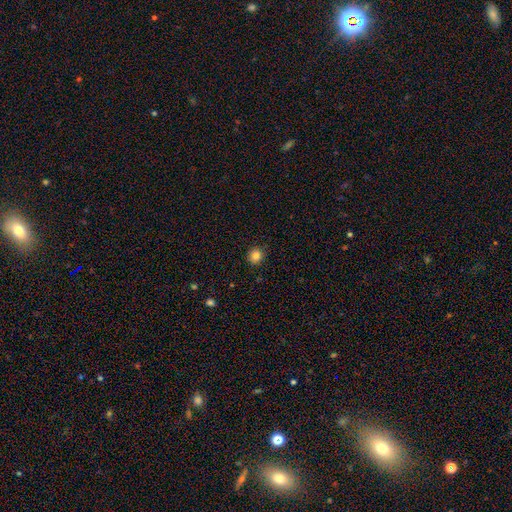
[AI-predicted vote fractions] This is clearly a smooth galaxy (85%). How rounded: clearly round (88%). Merging: clearly none (90%).